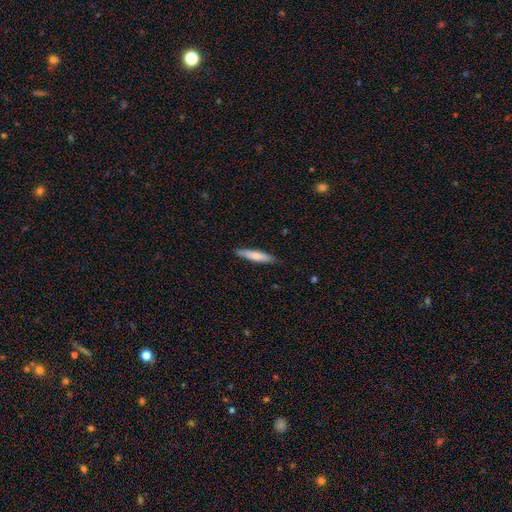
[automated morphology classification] smooth_or_featured: smooth (p=0.69) [alt: featured or disk p=0.25]
how_rounded: cigar-shaped (p=0.86) [alt: in between p=0.12]
merging: none (p=0.87) [alt: minor disturbance p=0.10]